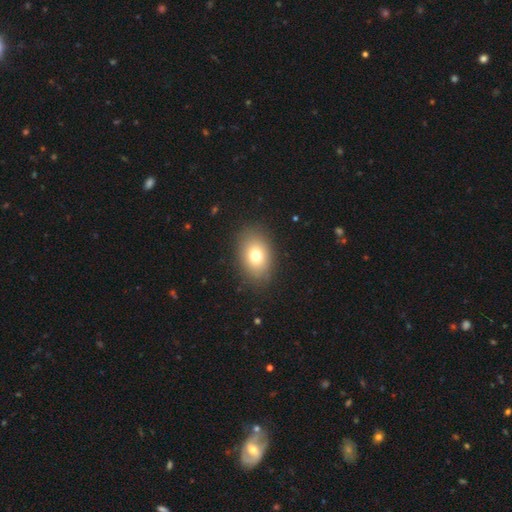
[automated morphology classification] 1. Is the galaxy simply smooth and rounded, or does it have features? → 75% smooth, 14% featured or disk, 11% star or artifact.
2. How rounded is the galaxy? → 77% in between, 22% round, 1% cigar-shaped.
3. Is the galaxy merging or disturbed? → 86% none, 9% minor disturbance, 3% major disturbance, 1% merger.